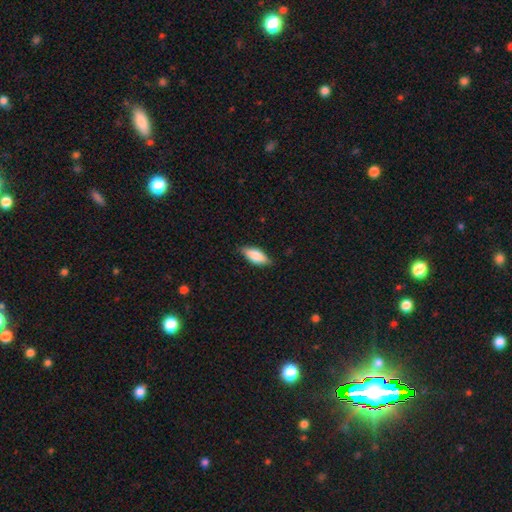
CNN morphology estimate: This is likely a smooth galaxy (79%). How rounded: clearly in between (80%). Merging: clearly none (81%).